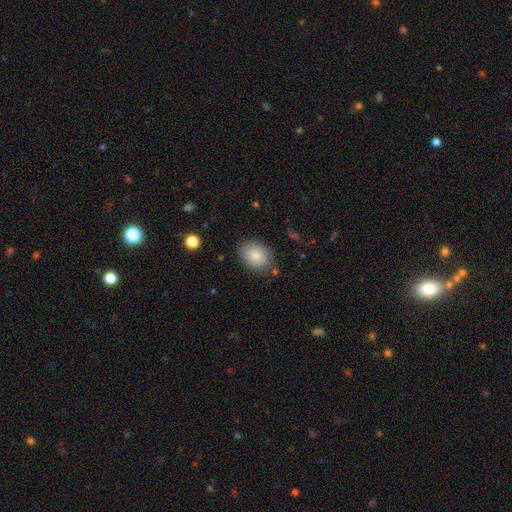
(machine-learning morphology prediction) smooth-or-featured: smooth: 84% | featured or disk: 8% | star or artifact: 8%
  how-rounded: in between: 65% | round: 34% | cigar-shaped: 1%
  merging: none: 81% | minor disturbance: 13% | major disturbance: 3% | merger: 2%